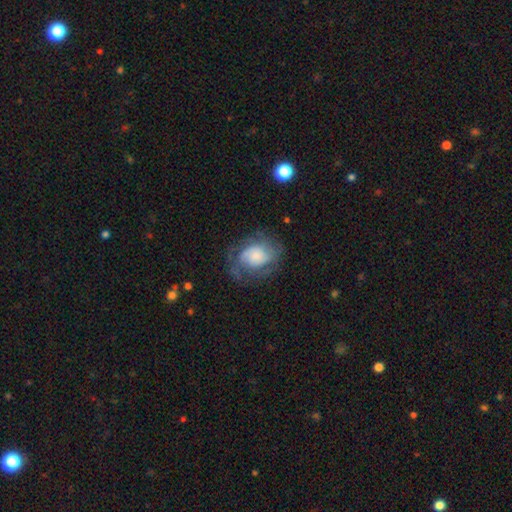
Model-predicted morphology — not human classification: This is possibly a featured or disk galaxy (58%). It is clearly not viewed edge-on (97%). Bar: likely no (77%). Spiral arm pattern: clearly yes (81%). Central bulge: marginally large (35%). Merging: possibly none (57%).